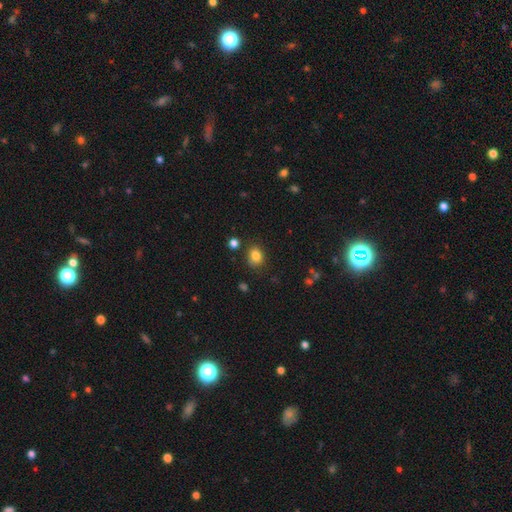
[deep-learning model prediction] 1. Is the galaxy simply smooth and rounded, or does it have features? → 82% smooth, 11% star or artifact, 6% featured or disk.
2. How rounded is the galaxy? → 50% round, 49% in between, 1% cigar-shaped.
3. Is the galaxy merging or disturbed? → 80% none, 13% minor disturbance, 3% major disturbance, 3% merger.